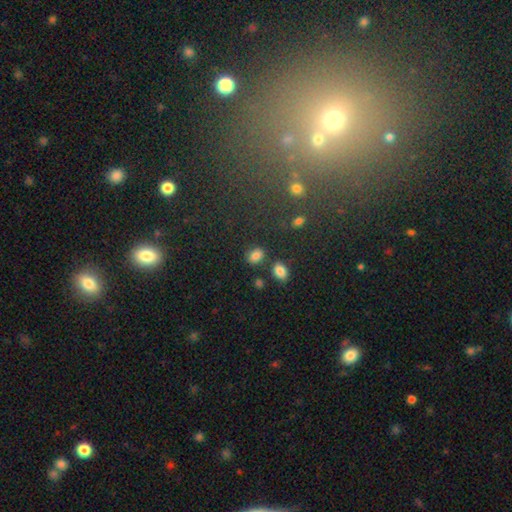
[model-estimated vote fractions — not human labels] This appears to be a smooth galaxy with no disk features (82%) that is in between round and cigar-shaped (70%). Merging: none (75%).